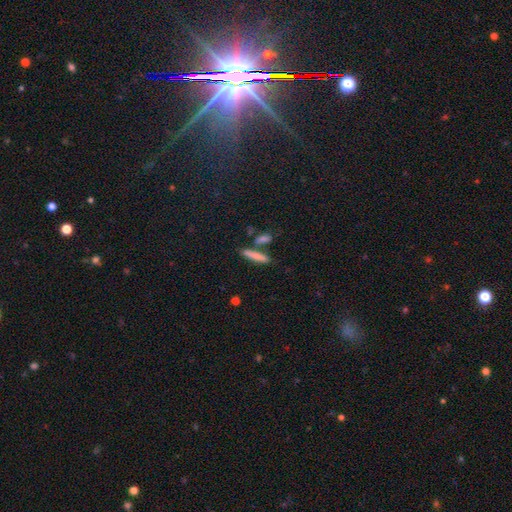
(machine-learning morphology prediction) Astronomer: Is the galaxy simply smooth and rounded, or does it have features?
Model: smooth — 76%.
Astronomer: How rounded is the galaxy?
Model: cigar-shaped — 85%.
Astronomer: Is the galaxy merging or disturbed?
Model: none — 69%.